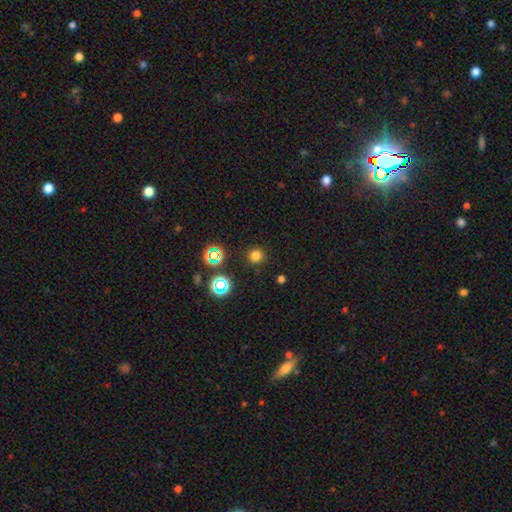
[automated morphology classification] This appears to be a smooth galaxy with no disk features (73%) that is round (94%). Merging: none (89%).